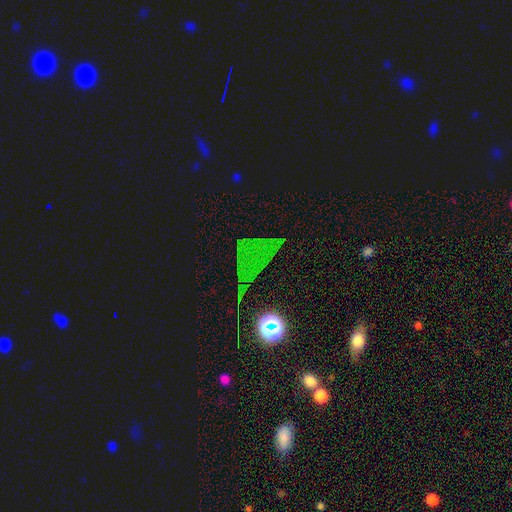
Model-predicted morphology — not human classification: Q: Smooth or featured?
A: star or artifact (71%); runner-up: smooth (18%)